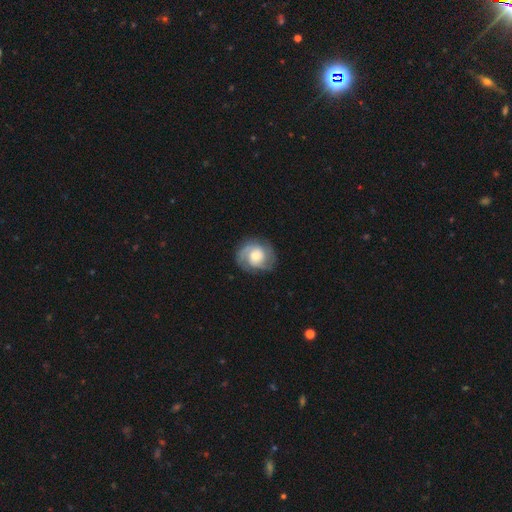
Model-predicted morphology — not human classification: smooth_or_featured: featured or disk (p=0.69) [alt: smooth p=0.25]
disk_edge_on: no (p=0.98) [alt: yes p=0.02]
bar: no (p=0.69) [alt: weak p=0.26]
has_spiral_arms: yes (p=0.91) [alt: no p=0.09]
spiral_winding: tight (p=0.48) [alt: medium p=0.39]
spiral_arm_count: 2 (p=0.63) [alt: can't tell p=0.15]
bulge_size: moderate (p=0.43) [alt: large p=0.30]
merging: none (p=0.76) [alt: minor disturbance p=0.15]